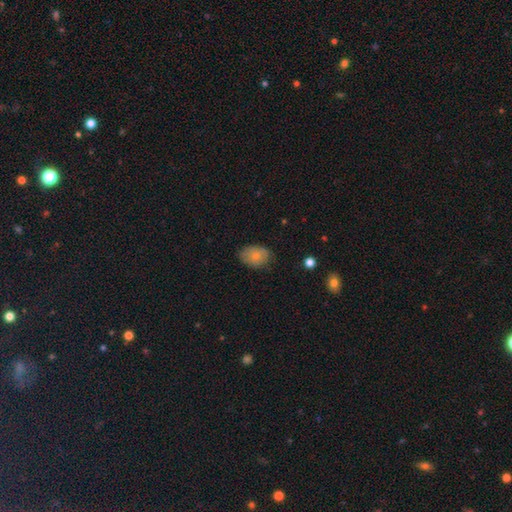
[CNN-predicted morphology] Smooth or featured? smooth (76%)
How rounded? in between (77%)
Merging? none (72%)